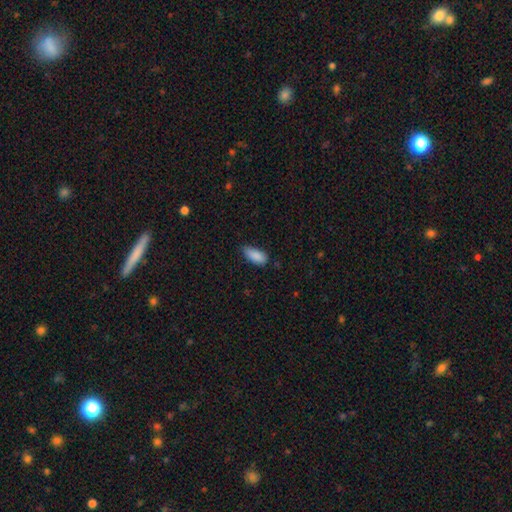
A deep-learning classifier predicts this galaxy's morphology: The model was most divided on "merging": none: 67%, minor disturbance: 28%, major disturbance: 4%, merger: 1%. More confident: smooth or featured — smooth (88%); how rounded — in between (87%).